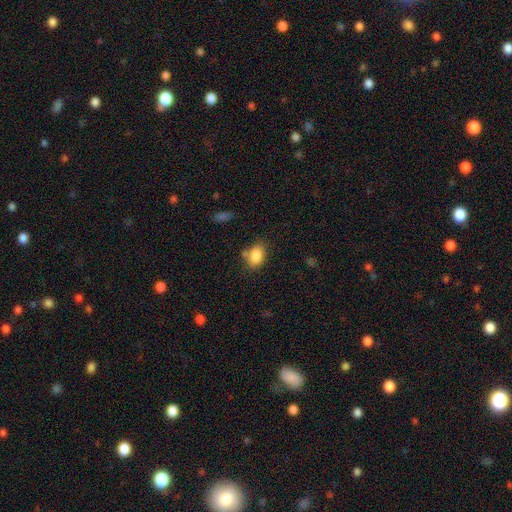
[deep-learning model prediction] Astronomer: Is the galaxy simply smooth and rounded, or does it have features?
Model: smooth — 85%.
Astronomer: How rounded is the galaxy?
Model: in between — 79%.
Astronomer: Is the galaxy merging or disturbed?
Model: none — 68%.